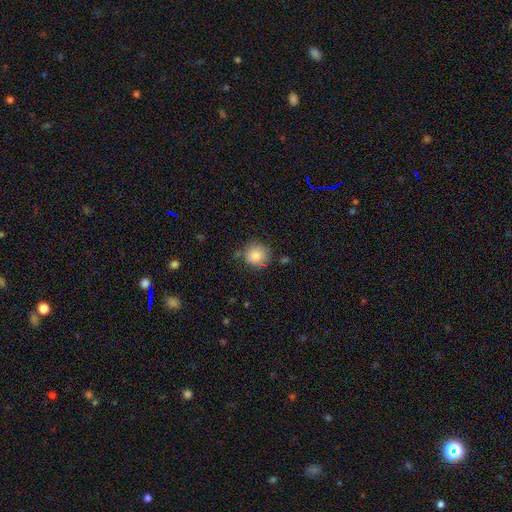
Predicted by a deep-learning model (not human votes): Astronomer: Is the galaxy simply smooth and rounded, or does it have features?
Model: smooth — 86%.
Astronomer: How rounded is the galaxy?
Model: round — 89%.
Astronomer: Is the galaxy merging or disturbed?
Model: none — 75%.